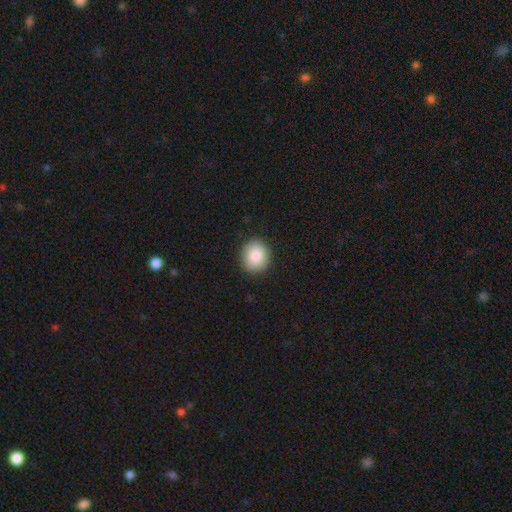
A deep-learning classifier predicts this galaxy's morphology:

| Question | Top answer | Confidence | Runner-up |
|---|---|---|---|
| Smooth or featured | smooth | 87% | star or artifact (8%) |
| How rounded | round | 83% | in between (16%) |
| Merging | none | 90% | minor disturbance (7%) |